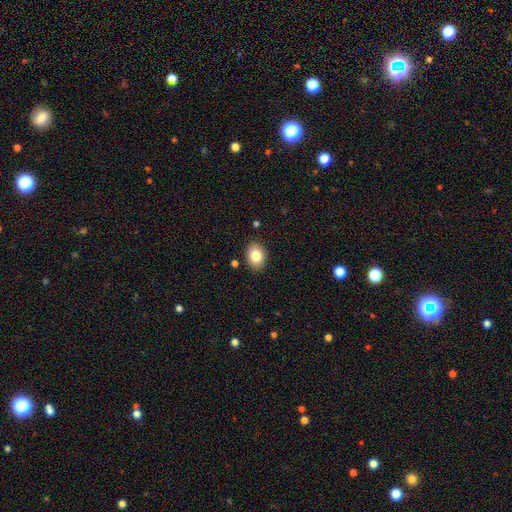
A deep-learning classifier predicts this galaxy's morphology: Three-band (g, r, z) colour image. It shows a smooth galaxy with no disk features (82%) that is in between round and cigar-shaped (76%). Merging: none (87%).